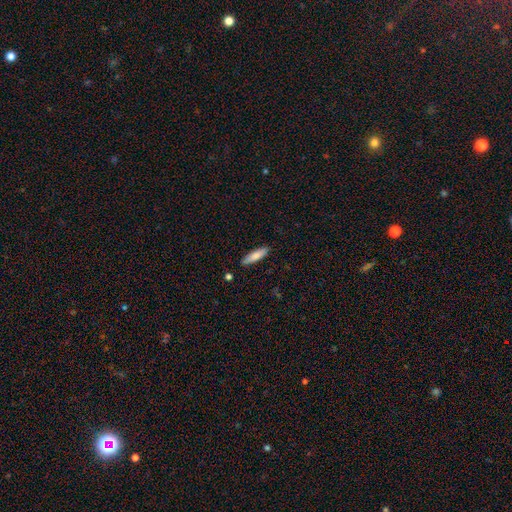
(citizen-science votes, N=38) smooth_or_featured: smooth (p=0.79) [alt: featured or disk p=0.16]
how_rounded: cigar-shaped (p=0.73) [alt: in between p=0.27]
merging: none (p=0.94) [alt: major disturbance p=0.06]